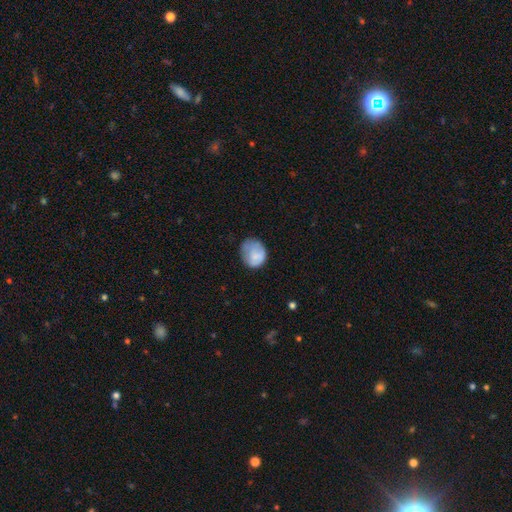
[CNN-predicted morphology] Overall: smooth (77%). How rounded: round (64%; in between 35%). Merging: none (52%; minor disturbance 32%).